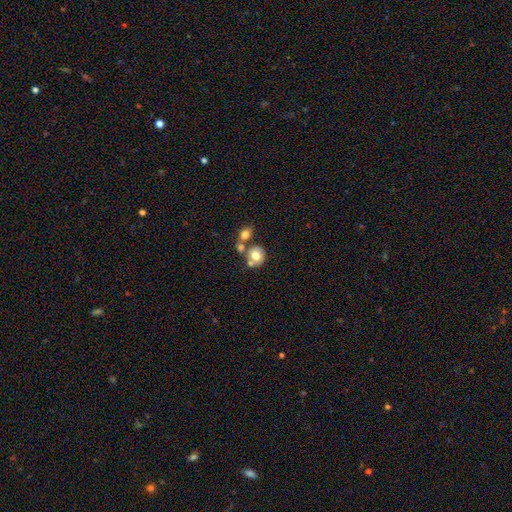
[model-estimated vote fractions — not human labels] smooth-or-featured: smooth: 73% | featured or disk: 17% | star or artifact: 10%
  how-rounded: round: 80% | in between: 19% | cigar-shaped: 1%
  merging: none: 50% | merger: 35% | minor disturbance: 11% | major disturbance: 4%